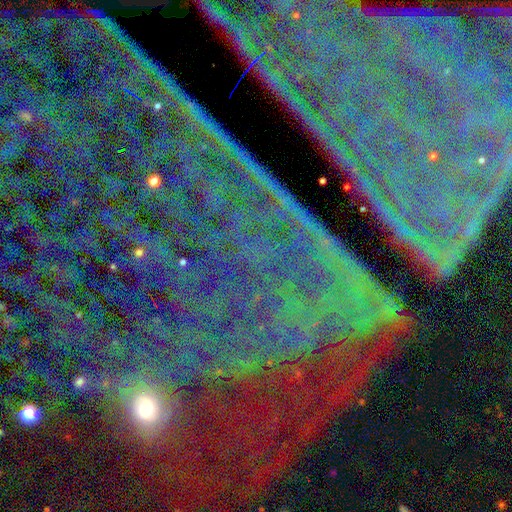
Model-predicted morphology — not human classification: This appears to be a star or artifact, not a galaxy (84%).